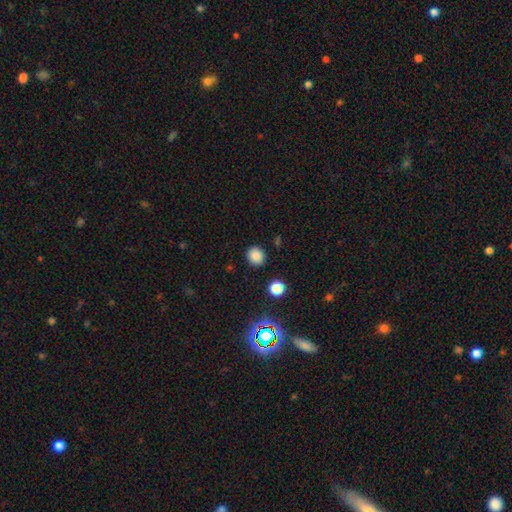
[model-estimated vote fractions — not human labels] This appears to be a smooth galaxy with no disk features (83%) that is round (81%). Merging: none (88%).